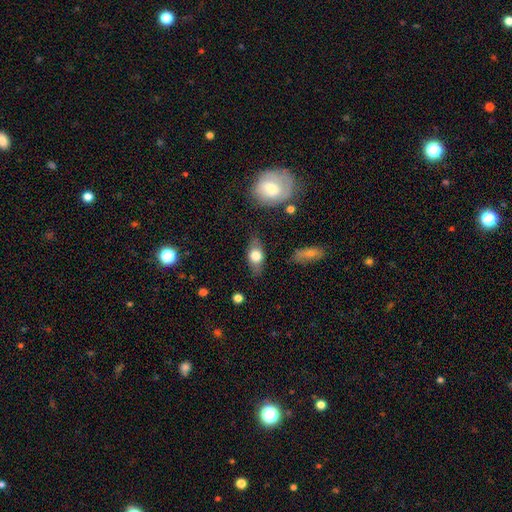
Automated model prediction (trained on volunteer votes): The model was most divided on "smooth or featured": smooth: 66%, featured or disk: 27%, star or artifact: 7%. More confident: how rounded — in between (82%); merging — none (78%).